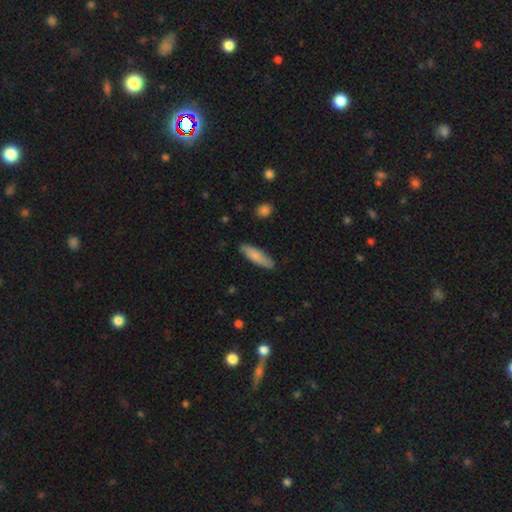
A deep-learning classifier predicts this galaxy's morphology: The model was most divided on "how rounded": cigar-shaped: 61%, in between: 37%, round: 2%. More confident: merging — none (83%); smooth or featured — smooth (78%).